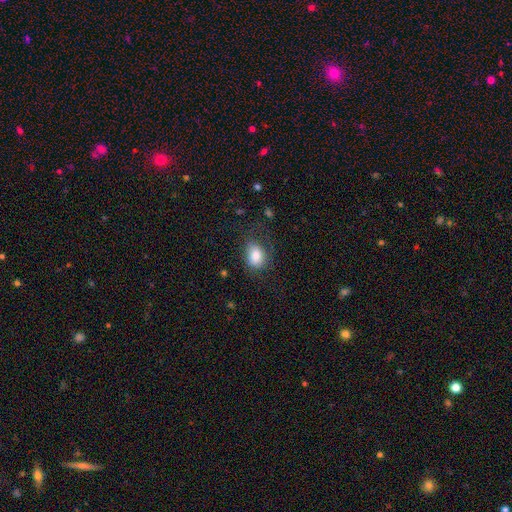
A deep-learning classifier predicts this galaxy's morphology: smooth-or-featured: smooth: 82% | featured or disk: 10% | star or artifact: 9%
  how-rounded: in between: 73% | round: 26% | cigar-shaped: 1%
  merging: none: 64% | minor disturbance: 21% | major disturbance: 13% | merger: 1%